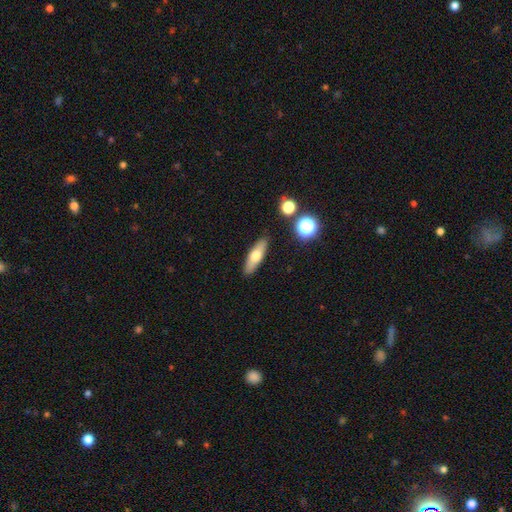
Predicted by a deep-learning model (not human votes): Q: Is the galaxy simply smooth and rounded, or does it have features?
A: smooth — 60%.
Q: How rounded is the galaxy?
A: cigar-shaped — 52%.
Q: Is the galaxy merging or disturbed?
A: none — 88%.